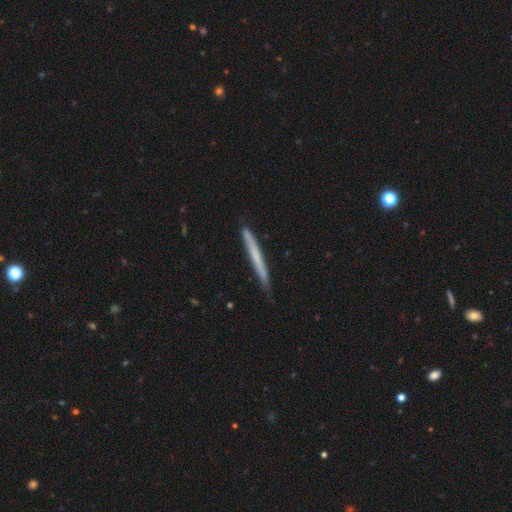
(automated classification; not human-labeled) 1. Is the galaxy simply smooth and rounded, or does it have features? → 52% smooth, 42% featured or disk, 6% star or artifact.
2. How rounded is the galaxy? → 97% cigar-shaped, 2% in between, 1% round.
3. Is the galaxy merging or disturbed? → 85% none, 12% minor disturbance, 2% major disturbance, 1% merger.